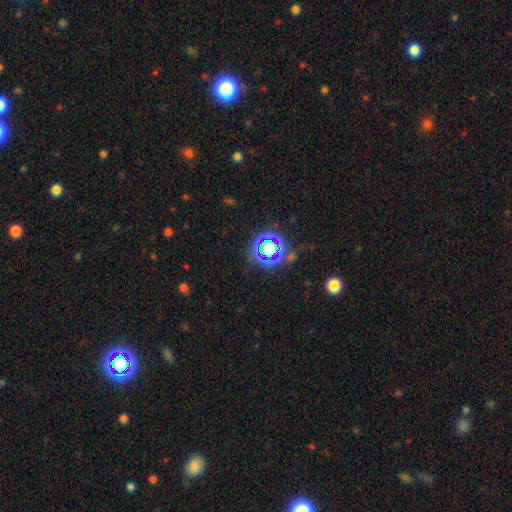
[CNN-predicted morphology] Smooth or featured?
  - star or artifact: 74% *
  - smooth: 18%
  - featured or disk: 8%